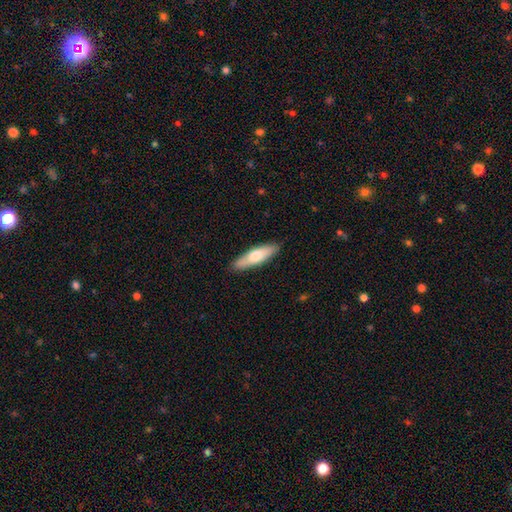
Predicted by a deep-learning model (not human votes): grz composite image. It shows a smooth galaxy with no disk features (64%) that is cigar-shaped (63%). Merging: none (88%).